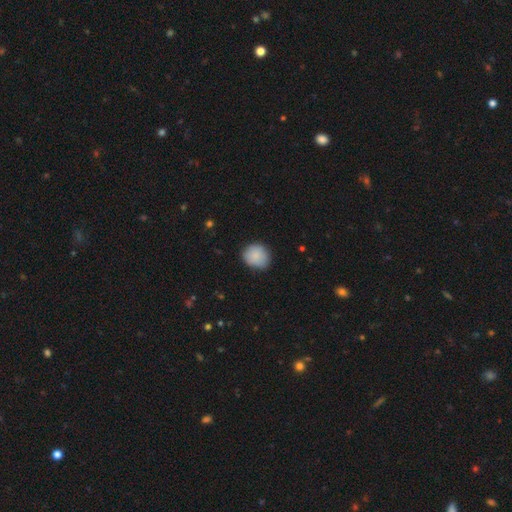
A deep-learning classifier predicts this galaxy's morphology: Smooth or featured? smooth (87%)
How rounded? round (78%)
Merging? none (80%)